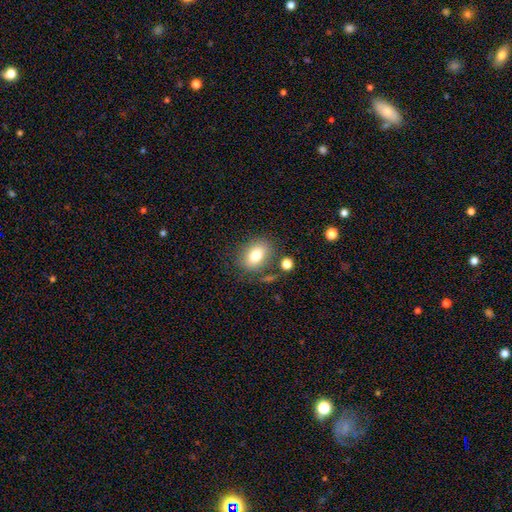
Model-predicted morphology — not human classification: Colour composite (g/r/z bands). It shows a smooth galaxy with no disk features (77%) that is in between round and cigar-shaped (72%). Merging: none (73%).